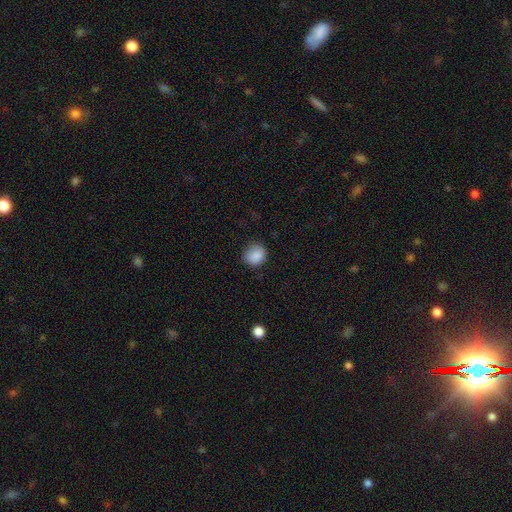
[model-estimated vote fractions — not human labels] Smooth or featured? smooth (87%)
How rounded? round (78%)
Merging? none (79%)